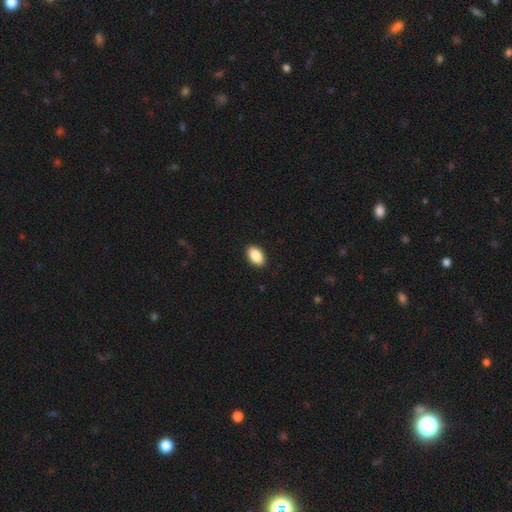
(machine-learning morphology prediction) Smooth or featured: smooth — 89% (star or artifact — 7%)
How rounded: in between — 92% (round — 6%)
Merging: none — 91% (minor disturbance — 6%)